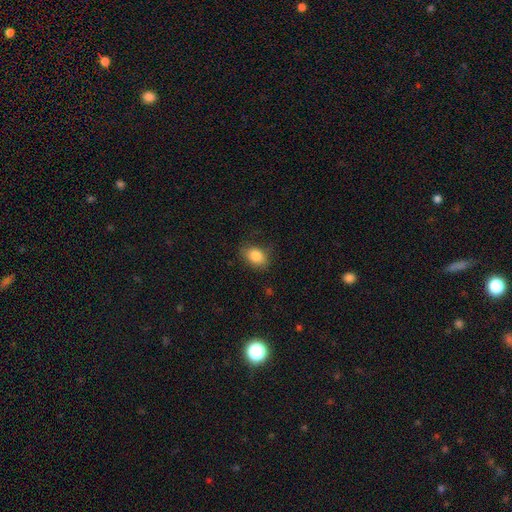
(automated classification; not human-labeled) Q: Smooth or featured?
A: smooth (86%); runner-up: star or artifact (8%)
Q: How rounded?
A: in between (80%); runner-up: round (18%)
Q: Merging?
A: none (76%); runner-up: minor disturbance (18%)